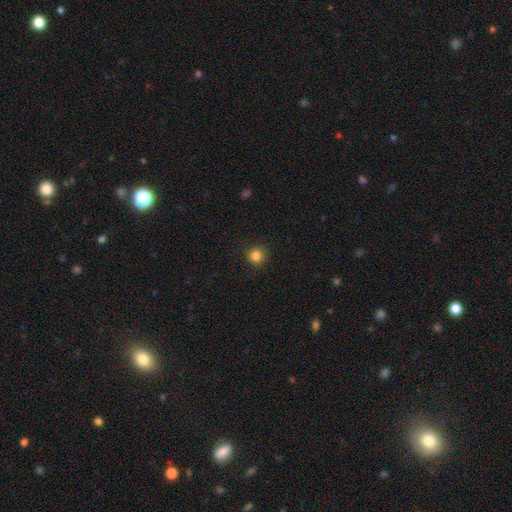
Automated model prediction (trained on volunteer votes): Morphology: type=smooth (84%); roundness=round (92%); merging=none (90%).